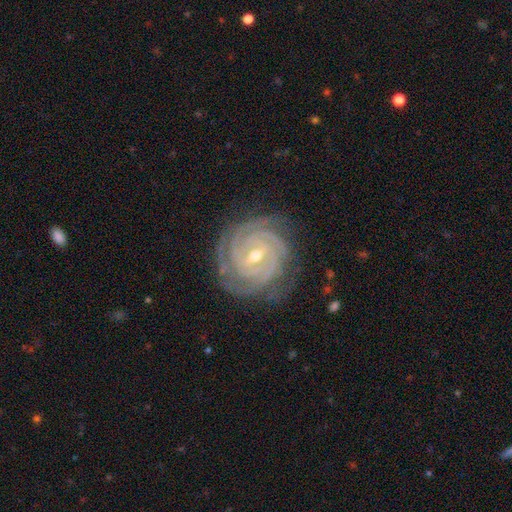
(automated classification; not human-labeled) Q: Smooth or featured?
A: featured or disk (92%); runner-up: star or artifact (4%)
Q: Edge-on disk?
A: no (97%); runner-up: yes (3%)
Q: Bar?
A: weak (51%); runner-up: strong (30%)
Q: Spiral arms?
A: yes (98%); runner-up: no (2%)
Q: Spiral winding?
A: tight (88%); runner-up: medium (11%)
Q: Spiral arm count?
A: 3 (29%); runner-up: 4 (23%)
Q: Bulge size?
A: moderate (51%); runner-up: small (46%)
Q: Merging?
A: none (80%); runner-up: minor disturbance (15%)